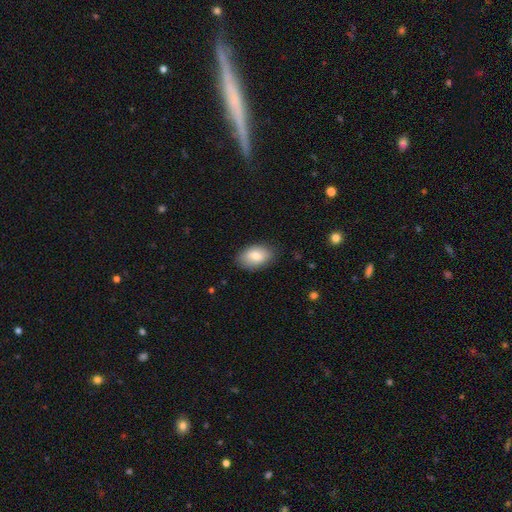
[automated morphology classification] Overall: smooth (78%). How rounded: in between (89%). Merging: none (84%).